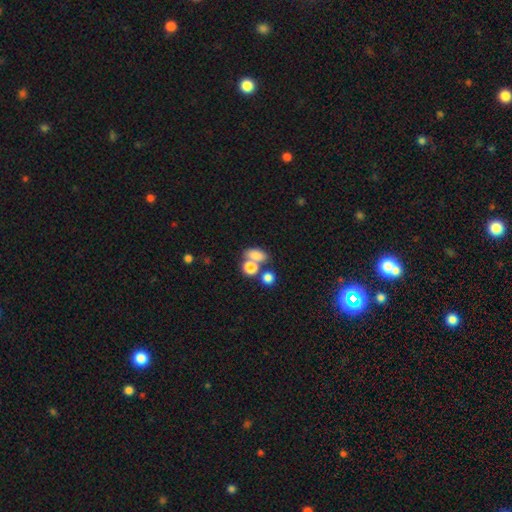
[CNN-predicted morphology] smooth 76%, star or artifact 13%, featured or disk 11%. Down the decision tree: how rounded — in between (73%); merging — none (44%).